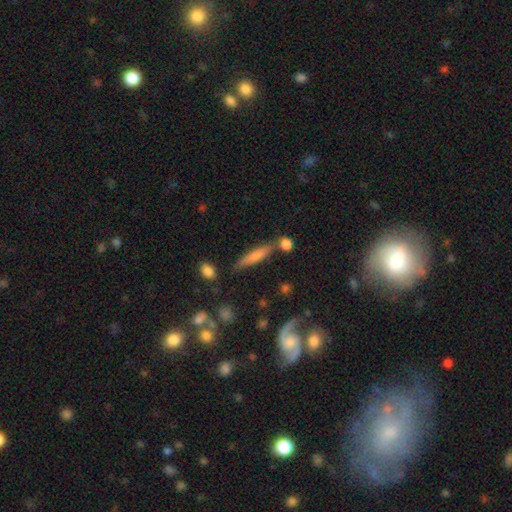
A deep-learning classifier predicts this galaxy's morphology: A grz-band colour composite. It shows a smooth galaxy with no disk features (68%) that is cigar-shaped (86%). Merging: none (70%).